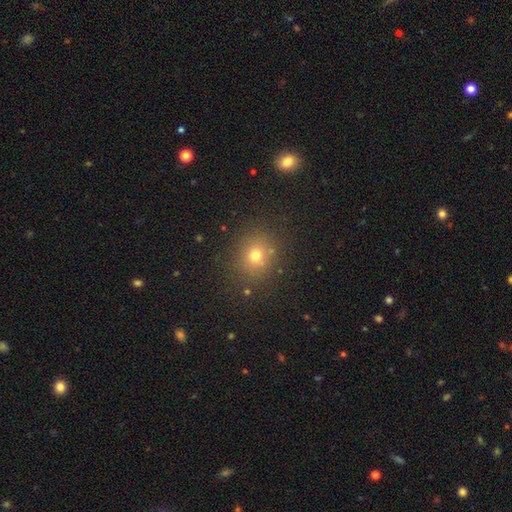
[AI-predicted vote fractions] Q: Smooth or featured?
A: smooth (70%); runner-up: star or artifact (20%)
Q: How rounded?
A: round (78%); runner-up: in between (21%)
Q: Merging?
A: none (83%); runner-up: minor disturbance (10%)